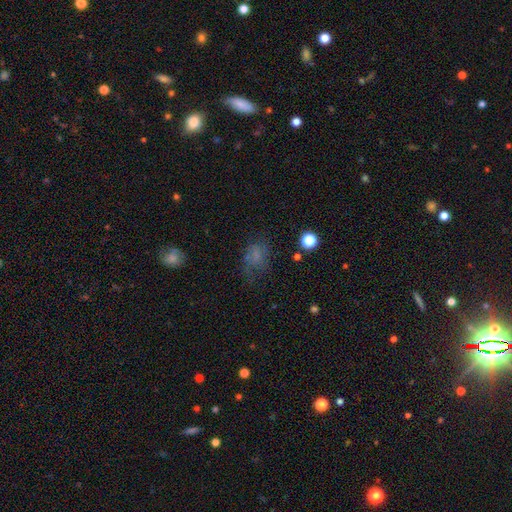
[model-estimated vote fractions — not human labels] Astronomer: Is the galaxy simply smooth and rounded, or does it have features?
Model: smooth — 59%.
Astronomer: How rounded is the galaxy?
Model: in between — 67%.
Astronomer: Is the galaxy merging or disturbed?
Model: none — 53%.